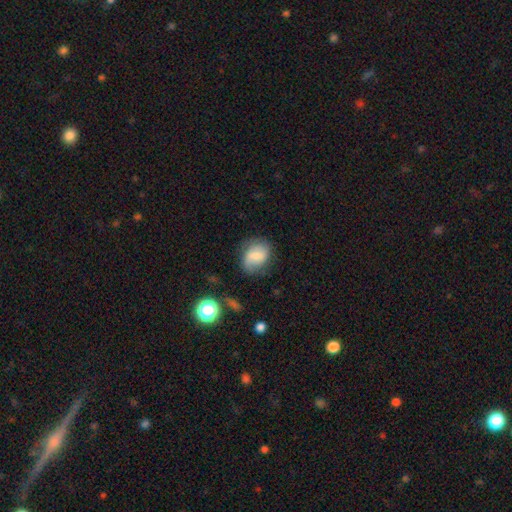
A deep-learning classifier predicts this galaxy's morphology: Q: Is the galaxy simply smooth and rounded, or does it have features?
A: smooth — 61%.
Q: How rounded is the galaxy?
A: in between — 62%.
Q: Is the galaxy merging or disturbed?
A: none — 63%.